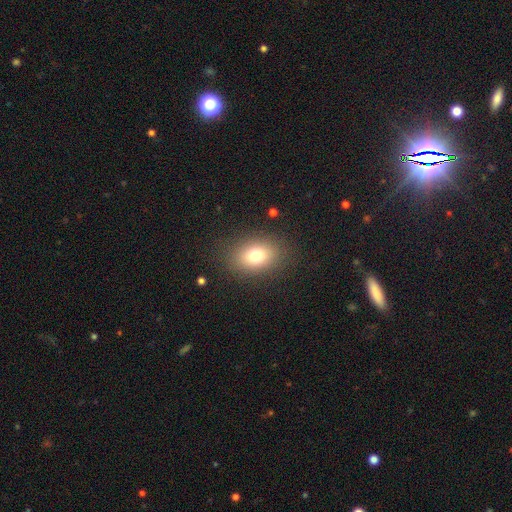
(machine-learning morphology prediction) Smooth or featured: smooth — 76% (star or artifact — 12%)
How rounded: in between — 72% (round — 27%)
Merging: none — 85% (minor disturbance — 9%)